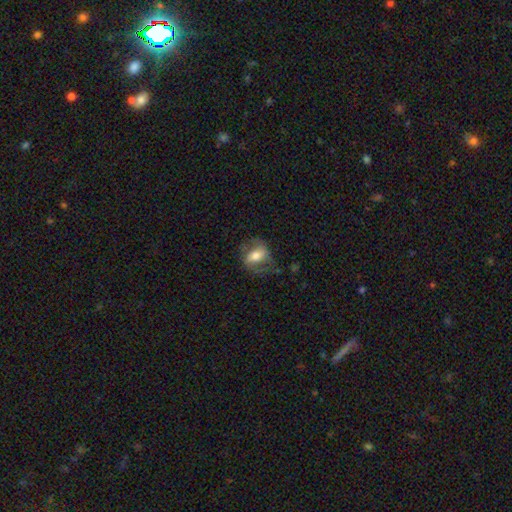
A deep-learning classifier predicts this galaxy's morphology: Overall: featured or disk (47%; smooth 46%). Merging: none (62%).